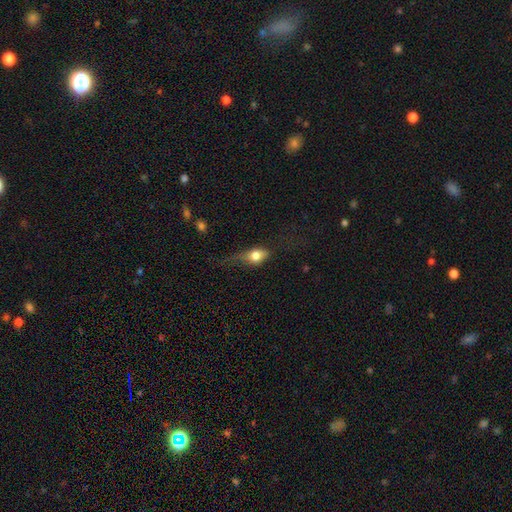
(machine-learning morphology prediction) This appears to be a smooth galaxy with no disk features (66%) that is in between round and cigar-shaped (63%). Merging: none (36%).